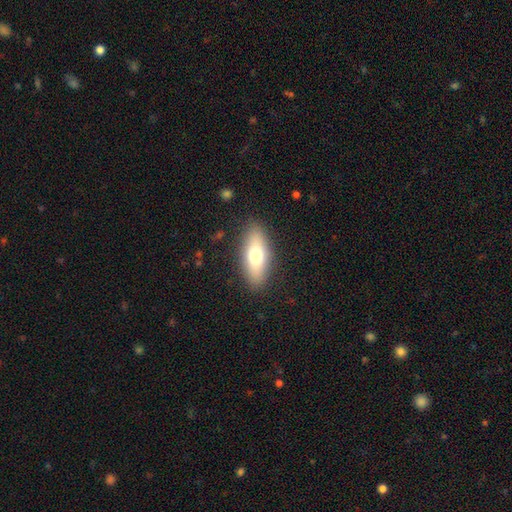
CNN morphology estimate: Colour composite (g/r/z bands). It shows a smooth galaxy with no disk features (70%) that is in between round and cigar-shaped (71%). Merging: none (87%).